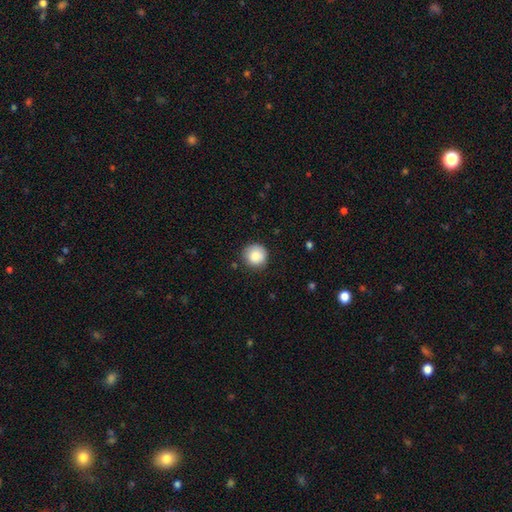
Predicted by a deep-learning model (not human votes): smooth 86%, star or artifact 8%, featured or disk 5%. Down the decision tree: how rounded — round (94%); merging — none (84%).